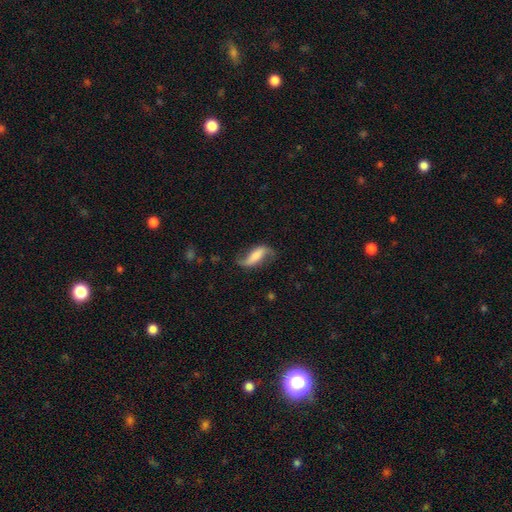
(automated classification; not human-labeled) A featured or disk galaxy (70%) with a strong bar (39%), 2 (90%) loose (86%) spiral arms (93%) and no central bulge (33%).

Vote fractions:
- Smooth or featured? featured or disk: 70% / smooth: 23% / star or artifact: 8%
- Edge-on disk? no: 90% / yes: 10%
- Bar? strong: 39% / no: 31% / weak: 30%
- Spiral arms? yes: 93% / no: 7%
- Spiral winding? loose: 86% / medium: 11% / tight: 4%
- Spiral arm count? 2: 90% / 1: 5% / can't tell: 2% / 3: 1% / 4: 1% / more than 4: 1%
- Bulge size? none: 33% / small: 26% / moderate: 21% / large: 15% / dominant: 6%
- Merging? none: 68% / minor disturbance: 19% / major disturbance: 10% / merger: 2%